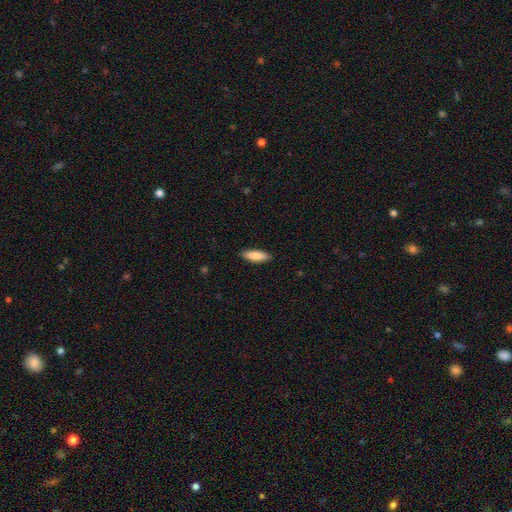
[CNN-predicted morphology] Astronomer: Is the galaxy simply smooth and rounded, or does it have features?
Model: smooth — 86%.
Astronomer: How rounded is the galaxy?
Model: in between — 57% (runner-up: cigar-shaped, 41%).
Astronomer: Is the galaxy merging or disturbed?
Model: none — 89%.